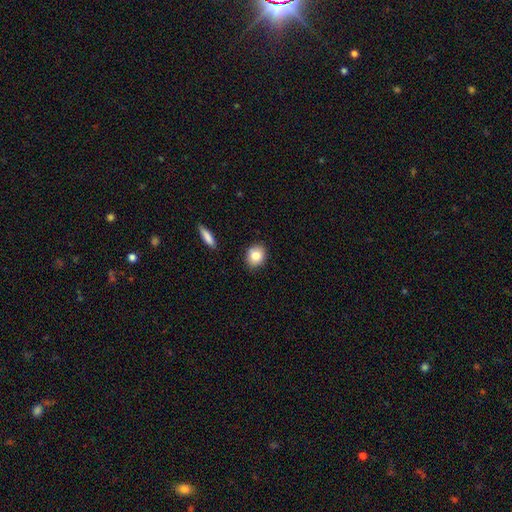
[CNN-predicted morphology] A smooth galaxy with no disk features (83%) that is round (62%). Merging: none (88%).